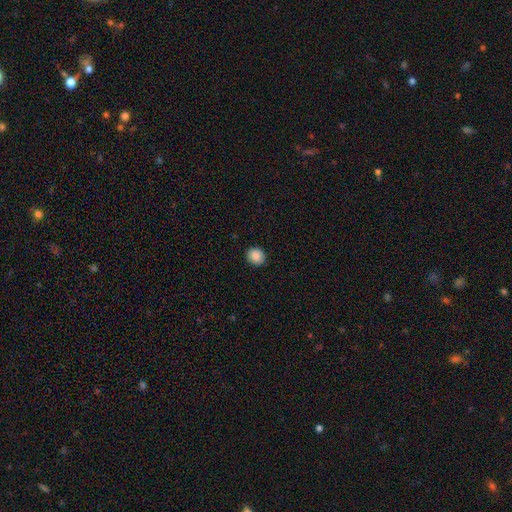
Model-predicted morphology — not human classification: Smooth or featured? smooth (87%)
How rounded? round (79%)
Merging? none (91%)